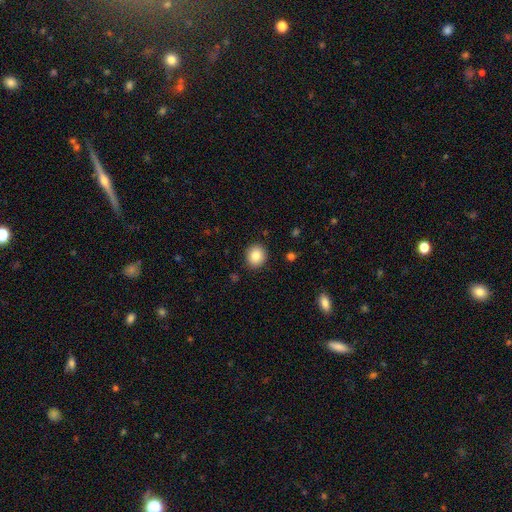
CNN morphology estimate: smooth 85%, star or artifact 9%, featured or disk 6%. Down the decision tree: how rounded — round (82%); merging — none (90%).